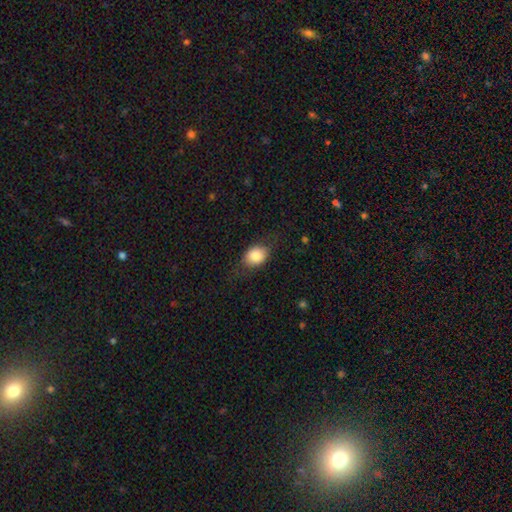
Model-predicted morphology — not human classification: type=smooth (81%); roundness=in between (65%); merging=none (73%).